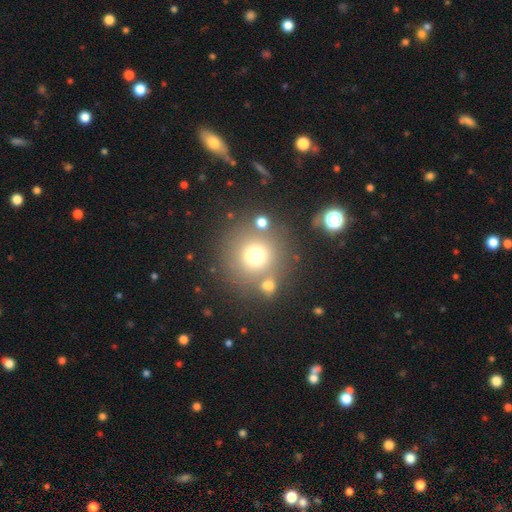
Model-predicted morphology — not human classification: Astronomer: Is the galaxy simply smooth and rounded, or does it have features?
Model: smooth — 70%.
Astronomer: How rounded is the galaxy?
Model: round — 93%.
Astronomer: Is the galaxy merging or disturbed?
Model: none — 70%.